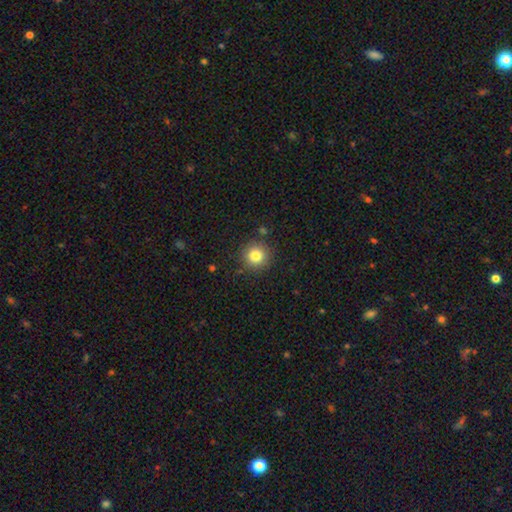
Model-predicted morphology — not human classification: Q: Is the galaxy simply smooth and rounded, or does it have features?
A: smooth — 81%.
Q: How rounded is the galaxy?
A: round — 95%.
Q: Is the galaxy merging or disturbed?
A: none — 88%.